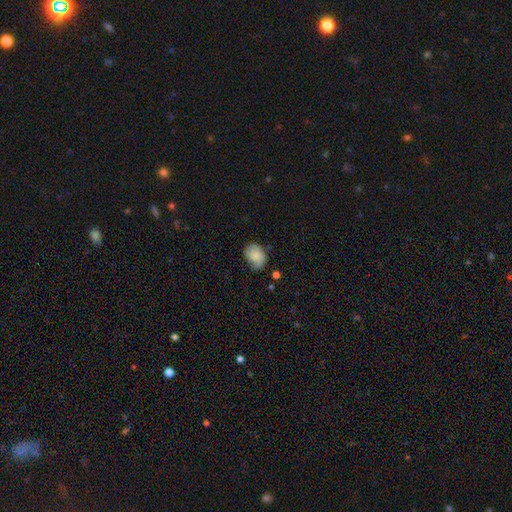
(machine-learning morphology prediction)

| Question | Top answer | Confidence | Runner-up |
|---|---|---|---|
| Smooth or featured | smooth | 74% | featured or disk (18%) |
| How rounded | in between | 72% | round (27%) |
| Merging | none | 58% | minor disturbance (32%) |